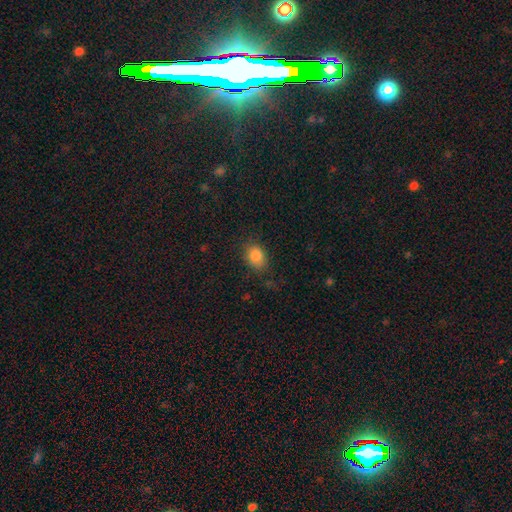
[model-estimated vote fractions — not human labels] This is clearly a smooth galaxy (85%). How rounded: likely in between (65%). Merging: likely none (76%).